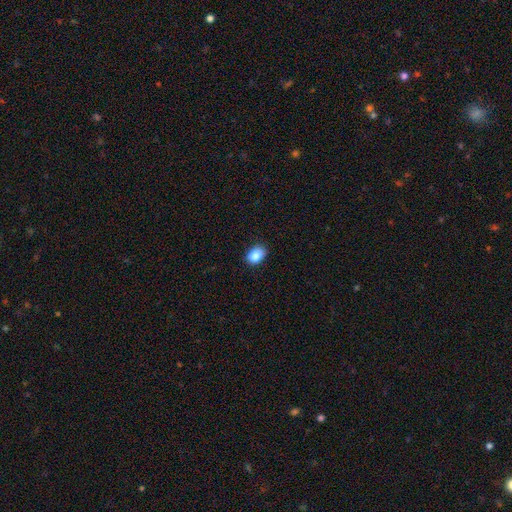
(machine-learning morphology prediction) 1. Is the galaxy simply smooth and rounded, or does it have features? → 86% smooth, 9% star or artifact, 5% featured or disk.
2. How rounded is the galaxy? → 71% in between, 28% round, 1% cigar-shaped.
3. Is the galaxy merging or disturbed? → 83% none, 14% minor disturbance, 2% major disturbance, 1% merger.